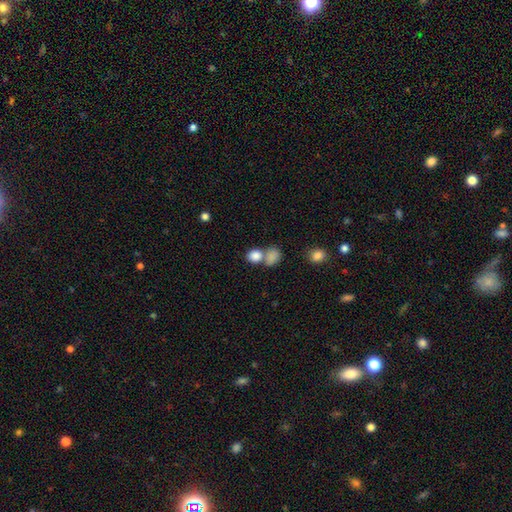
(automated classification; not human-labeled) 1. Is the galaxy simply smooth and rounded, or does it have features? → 84% smooth, 10% star or artifact, 6% featured or disk.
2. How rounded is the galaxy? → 59% round, 40% in between, 1% cigar-shaped.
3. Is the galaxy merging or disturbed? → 47% merger, 41% none, 8% minor disturbance, 4% major disturbance.